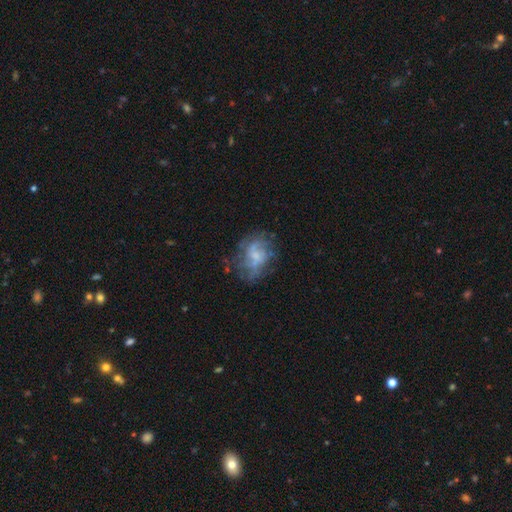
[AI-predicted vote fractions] This appears to be a featured or disk galaxy (61%) with no bar (65%), spiral arms (59%) and a small central bulge (35%). Merging: none (56%).